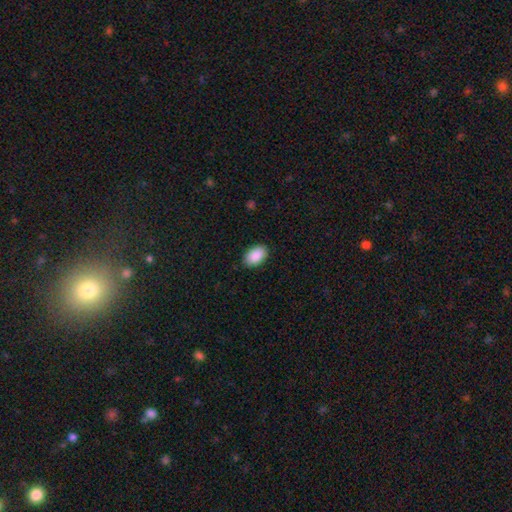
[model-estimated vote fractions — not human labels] The model was most divided on "merging": none: 88%, minor disturbance: 9%, major disturbance: 2%, merger: 1%. More confident: how rounded — in between (92%); smooth or featured — smooth (90%).